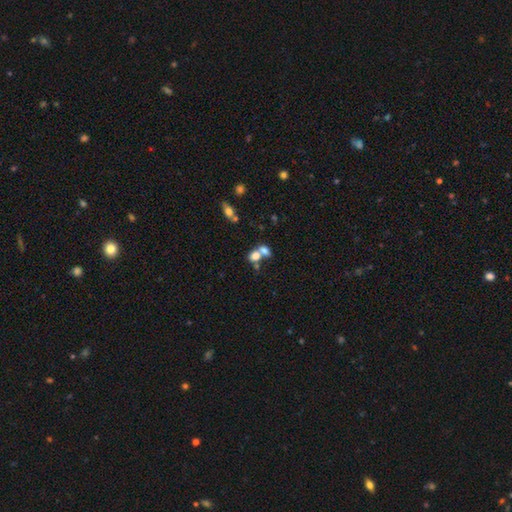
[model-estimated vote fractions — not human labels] Overall: smooth (72%). How rounded: in between (58%; round 40%). Merging: merger (61%; none 27%).